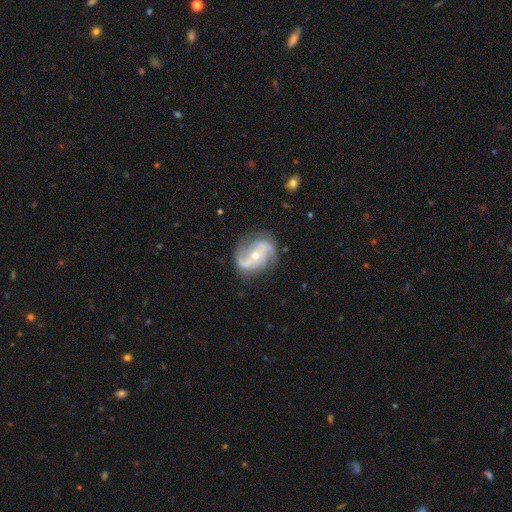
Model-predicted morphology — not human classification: The model was most divided on "bulge size": moderate: 52%, small: 45%, large: 2%, none: 1%, dominant: 1%. Remaining: edge-on disk — no (97%); spiral arms — yes (96%); smooth or featured — featured or disk (87%); merging — none (73%); spiral arm count — 2 (72%); spiral winding — medium (46%); bar — no (44%).